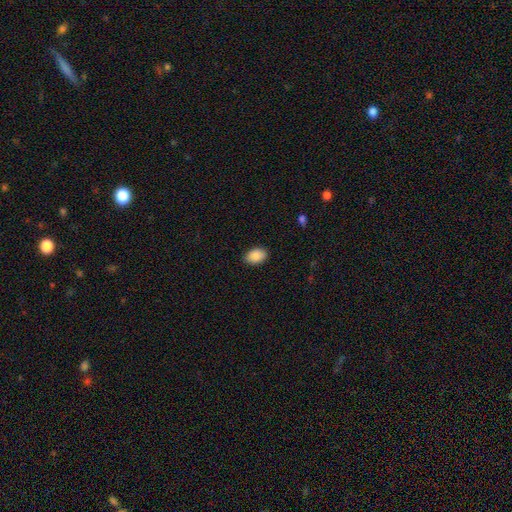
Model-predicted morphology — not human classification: A smooth galaxy with no disk features (88%) that is in between round and cigar-shaped (85%). Merging: none (89%).